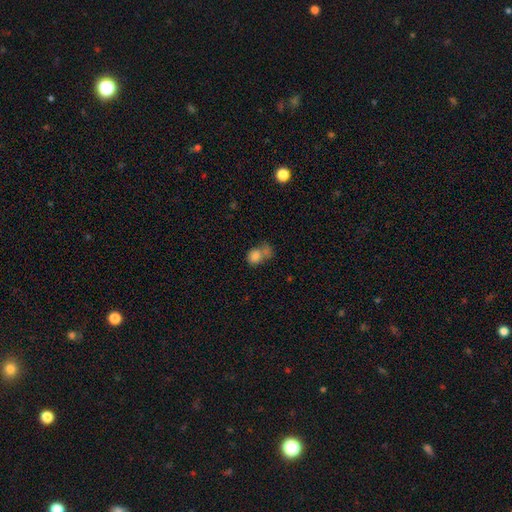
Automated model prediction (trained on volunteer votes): This is likely a smooth galaxy (79%). How rounded: possibly in between (53%). Merging: possibly merger (47%).